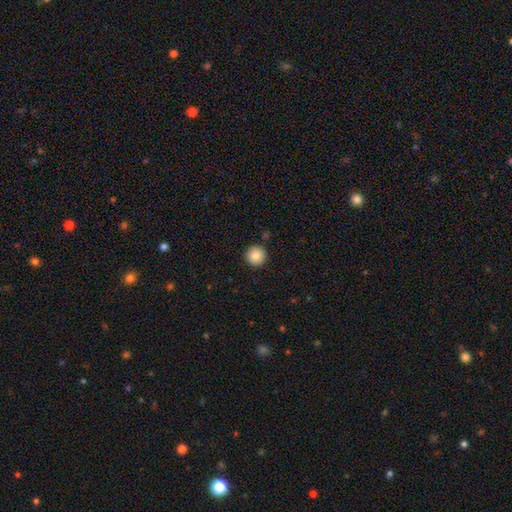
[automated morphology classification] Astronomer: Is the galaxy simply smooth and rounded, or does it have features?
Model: smooth — 88%.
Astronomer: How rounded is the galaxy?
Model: round — 96%.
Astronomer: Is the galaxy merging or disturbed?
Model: none — 92%.